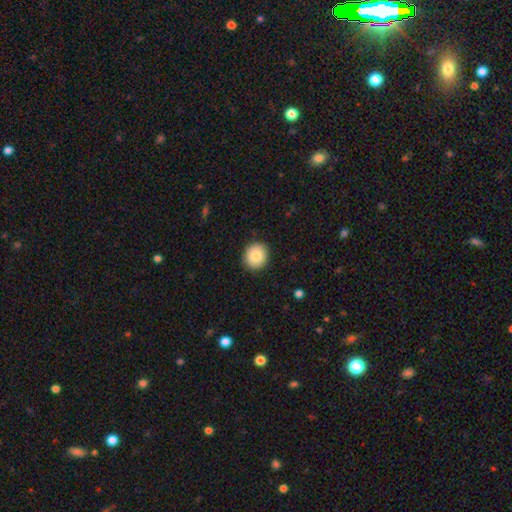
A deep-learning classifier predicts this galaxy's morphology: smooth-or-featured: smooth: 86% | star or artifact: 8% | featured or disk: 7%
  how-rounded: round: 86% | in between: 13% | cigar-shaped: 1%
  merging: none: 91% | minor disturbance: 6% | major disturbance: 2% | merger: 1%